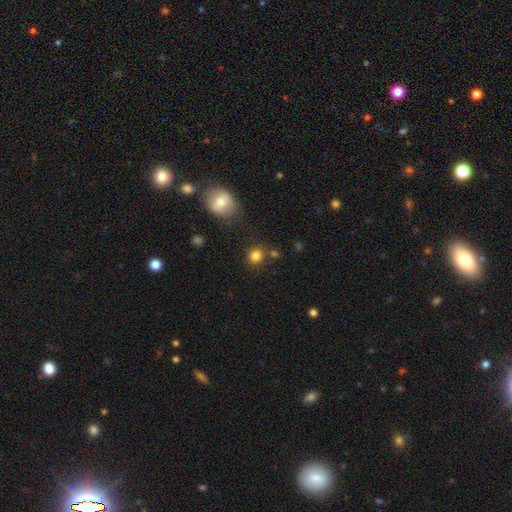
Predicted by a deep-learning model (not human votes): The model was most divided on "how rounded": round: 84%, in between: 15%, cigar-shaped: 1%. More confident: smooth or featured — smooth (82%); merging — none (79%).